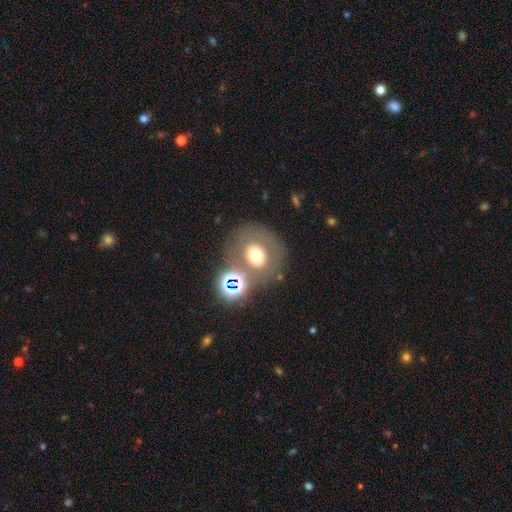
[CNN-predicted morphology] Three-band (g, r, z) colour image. It shows a smooth galaxy with no disk features (55%) that is round (76%). Merging: none (66%).